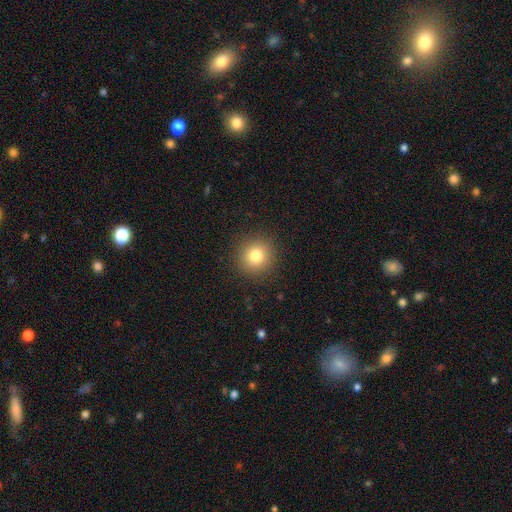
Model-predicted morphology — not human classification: type=smooth (80%); roundness=round (91%); merging=none (91%).